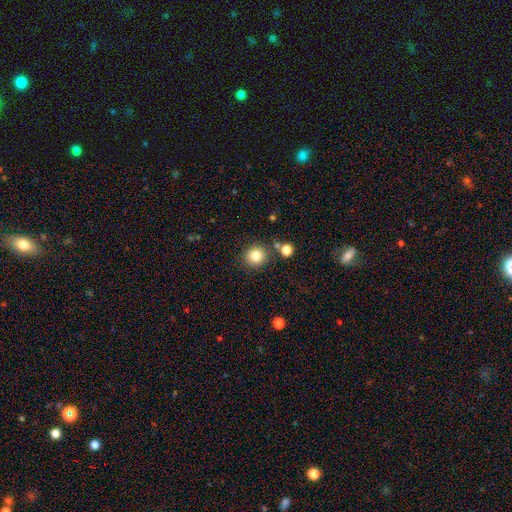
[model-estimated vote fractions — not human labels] This is clearly a smooth galaxy (82%). How rounded: clearly round (89%). Merging: clearly none (82%).